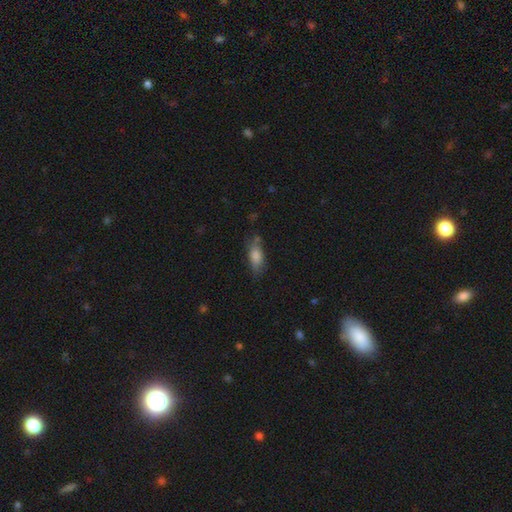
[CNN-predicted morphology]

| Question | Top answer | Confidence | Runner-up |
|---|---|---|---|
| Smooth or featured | smooth | 78% | featured or disk (13%) |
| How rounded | in between | 75% | cigar-shaped (22%) |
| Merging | none | 67% | minor disturbance (22%) |